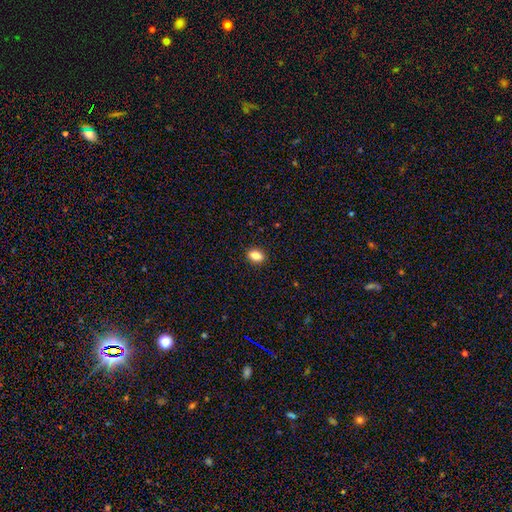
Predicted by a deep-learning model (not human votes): Smooth or featured?
  - smooth: 86% *
  - star or artifact: 9%
  - featured or disk: 5%
How rounded?
  - in between: 79% *
  - round: 18%
  - cigar-shaped: 3%
Merging?
  - none: 89% *
  - minor disturbance: 8%
  - major disturbance: 2%
  - merger: 1%